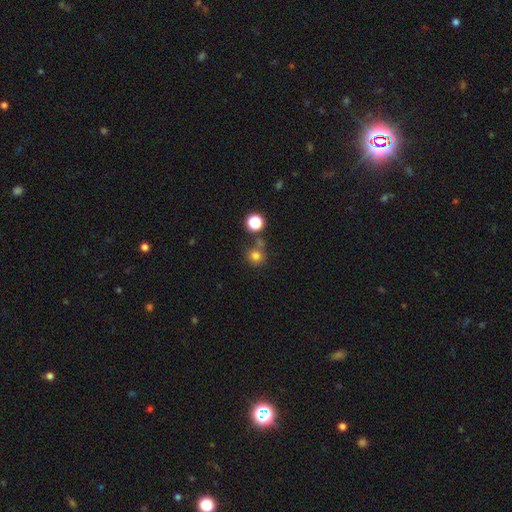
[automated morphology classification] Smooth or featured? smooth (77%)
How rounded? round (89%)
Merging? none (69%)